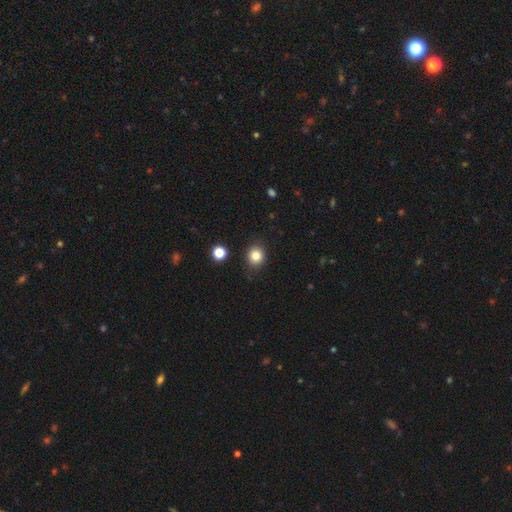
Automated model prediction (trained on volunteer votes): Smooth or featured?
  - smooth: 82% *
  - star or artifact: 12%
  - featured or disk: 6%
How rounded?
  - round: 83% *
  - in between: 16%
  - cigar-shaped: 1%
Merging?
  - none: 87% *
  - minor disturbance: 9%
  - major disturbance: 2%
  - merger: 2%